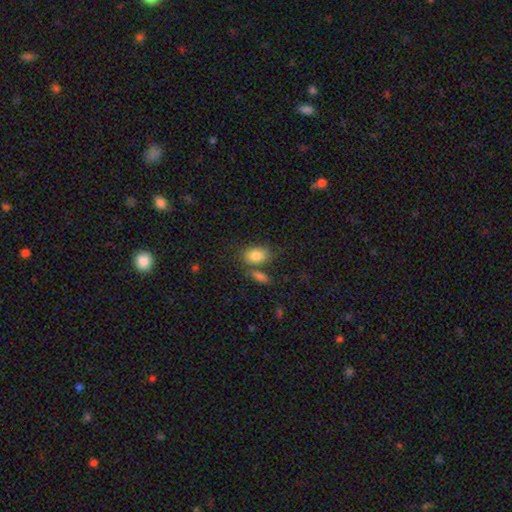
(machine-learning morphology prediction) The model was most divided on "merging": none: 61%, merger: 20%, minor disturbance: 14%, major disturbance: 5%. More confident: how rounded — in between (85%); smooth or featured — smooth (83%).